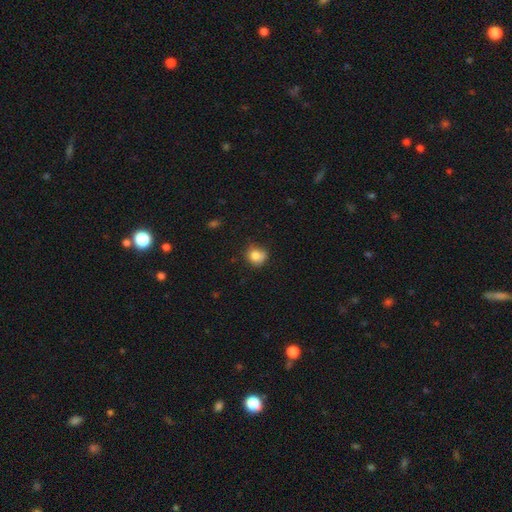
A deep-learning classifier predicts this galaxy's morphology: A smooth galaxy with no disk features (80%) that is round (79%). Merging: none (59%).